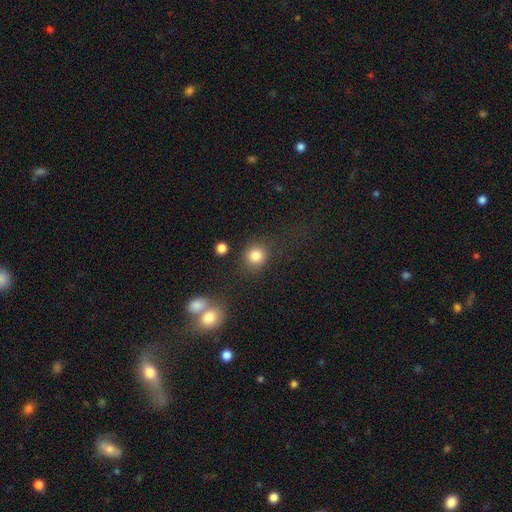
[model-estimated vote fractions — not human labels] The model was most divided on "merging": none: 76%, minor disturbance: 11%, merger: 6%, major disturbance: 6%. More confident: how rounded — round (85%); smooth or featured — smooth (83%).